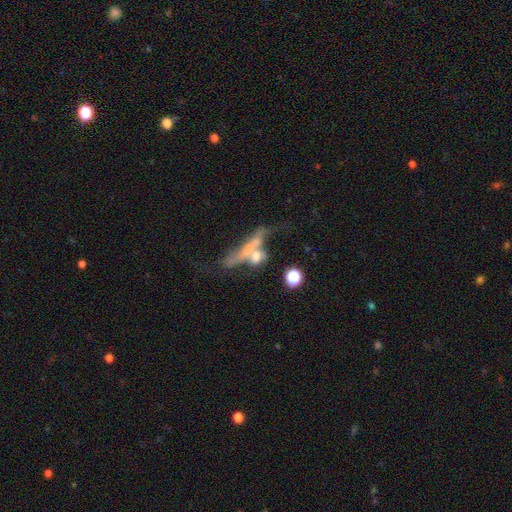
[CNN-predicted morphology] Q: Smooth or featured?
A: featured or disk (47%); runner-up: smooth (41%)
Q: Merging?
A: merger (46%); runner-up: none (24%)